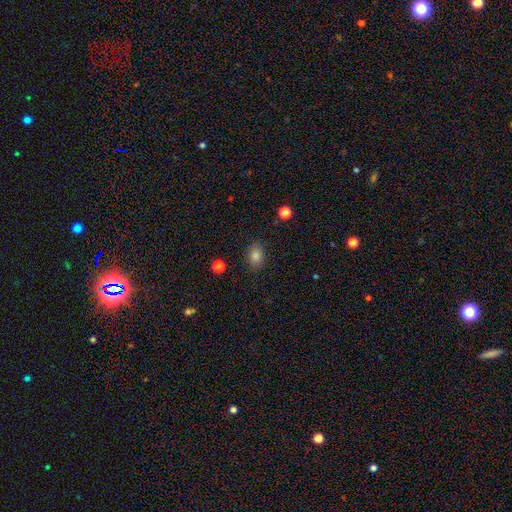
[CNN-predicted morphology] The model was most divided on "how rounded": in between: 69%, round: 30%, cigar-shaped: 1%. More confident: merging — none (85%); smooth or featured — smooth (81%).